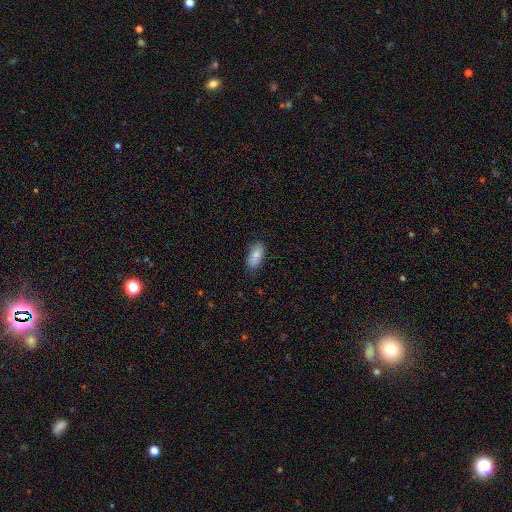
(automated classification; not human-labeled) This is clearly a smooth galaxy (85%). How rounded: clearly in between (89%). Merging: clearly none (82%).